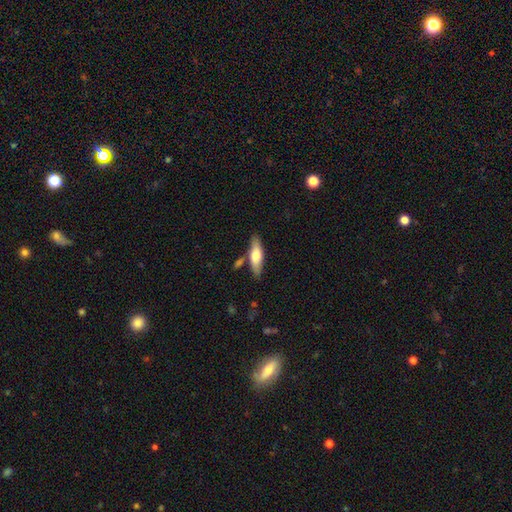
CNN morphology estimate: A smooth galaxy with no disk features (65%) that is cigar-shaped (53%). Merging: none (76%).